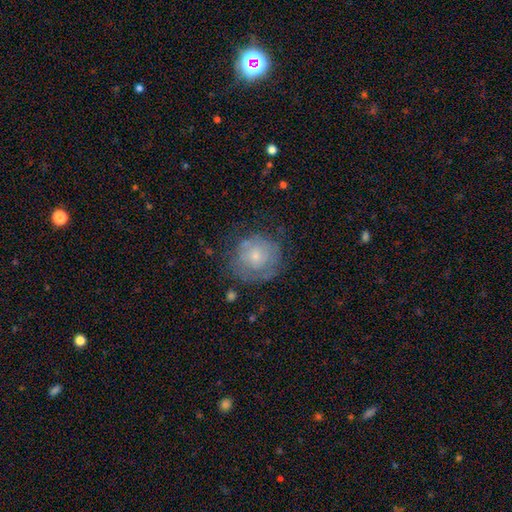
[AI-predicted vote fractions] smooth-or-featured: smooth: 47% | featured or disk: 44% | star or artifact: 9%
  merging: none: 63% | minor disturbance: 22% | major disturbance: 13% | merger: 2%